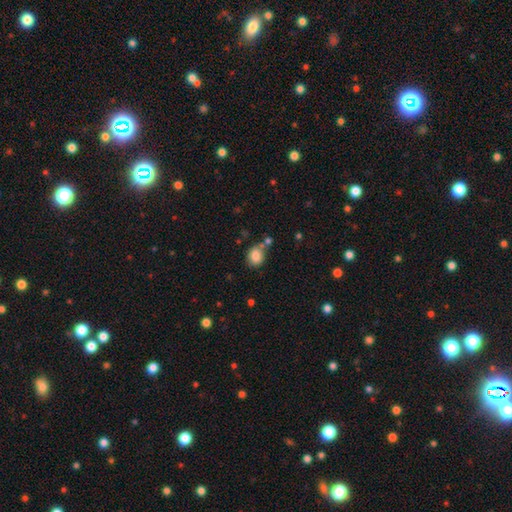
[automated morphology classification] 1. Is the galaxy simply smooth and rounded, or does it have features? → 84% smooth, 9% star or artifact, 7% featured or disk.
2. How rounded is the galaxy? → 52% round, 47% in between, 1% cigar-shaped.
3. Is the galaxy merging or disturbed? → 59% none, 18% minor disturbance, 17% merger, 6% major disturbance.